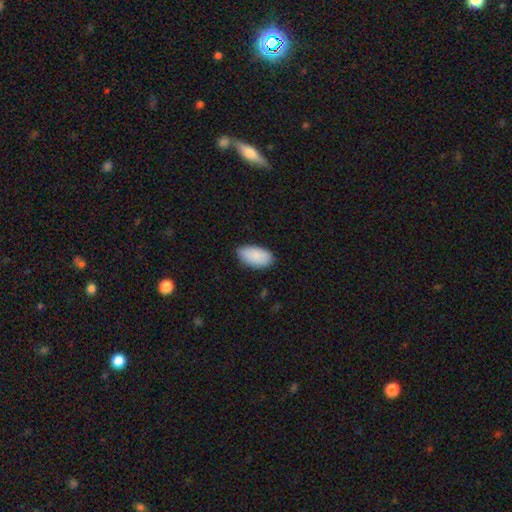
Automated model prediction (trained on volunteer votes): A smooth galaxy with no disk features (89%) that is in between round and cigar-shaped (95%). Merging: none (82%).